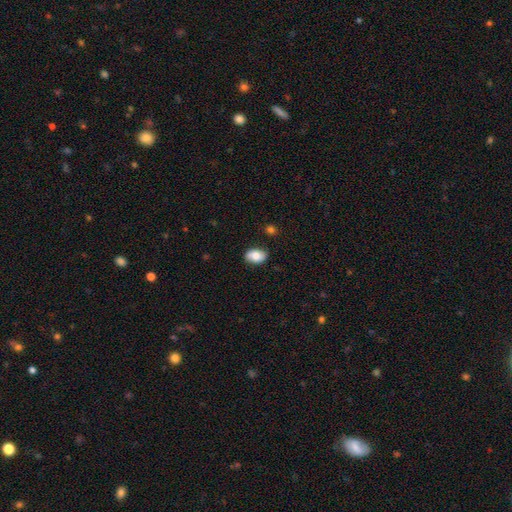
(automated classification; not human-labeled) Smooth or featured? Predicted: smooth (p=0.78). How rounded? Predicted: in between (p=0.86). Merging? Predicted: none (p=0.82).